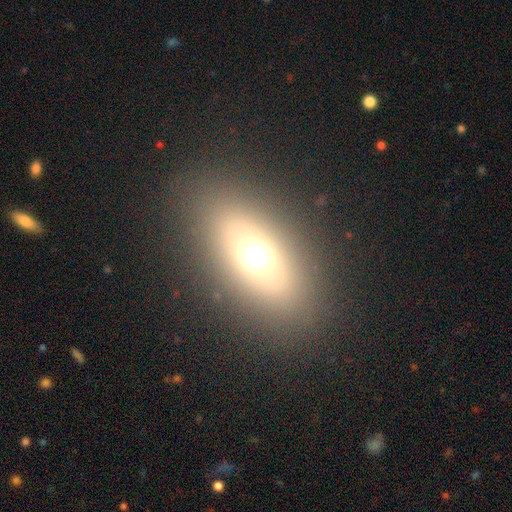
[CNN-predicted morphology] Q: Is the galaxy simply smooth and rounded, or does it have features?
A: smooth — 58%.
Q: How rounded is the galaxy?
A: in between — 77%.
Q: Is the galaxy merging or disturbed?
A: none — 85%.